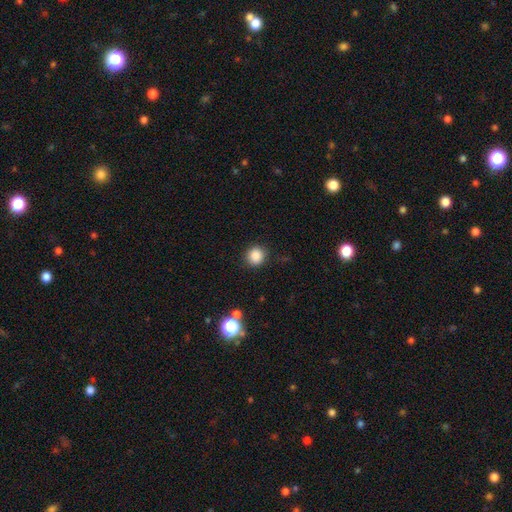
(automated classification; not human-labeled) Smooth or featured? Predicted: smooth (p=0.86). How rounded? Predicted: round (p=0.89). Merging? Predicted: none (p=0.88).